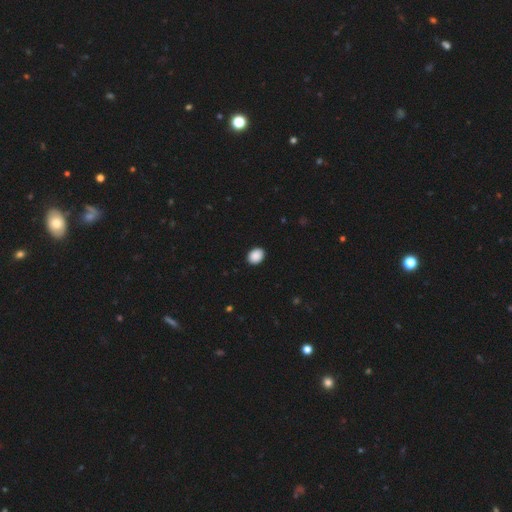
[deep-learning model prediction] Overall: smooth (90%). How rounded: in between (64%; round 35%). Merging: none (91%).